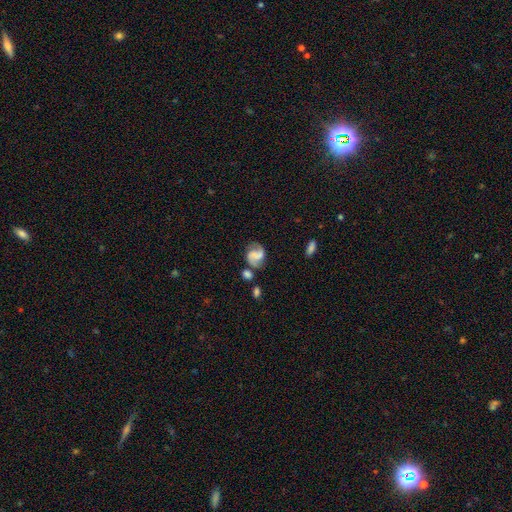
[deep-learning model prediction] A featured or disk galaxy (77%) with a weak bar (43%), 2 (91%) medium (50%) spiral arms (95%) and no central bulge (45%).

Vote fractions:
- Smooth or featured? featured or disk: 77% / smooth: 16% / star or artifact: 7%
- Edge-on disk? no: 98% / yes: 2%
- Bar? weak: 43% / no: 37% / strong: 20%
- Spiral arms? yes: 95% / no: 5%
- Spiral winding? medium: 50% / loose: 31% / tight: 19%
- Spiral arm count? 2: 91% / can't tell: 3% / 1: 3% / 3: 1% / 4: 1% / more than 4: 1%
- Bulge size? none: 45% / small: 28% / moderate: 19% / large: 6% / dominant: 2%
- Merging? none: 65% / minor disturbance: 16% / merger: 12% / major disturbance: 7%